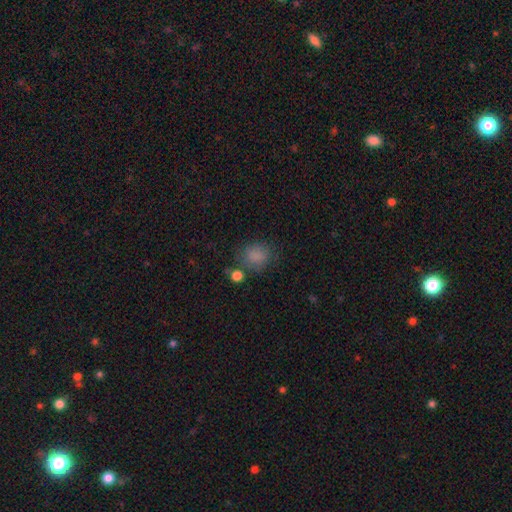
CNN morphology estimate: Smooth or featured: smooth — 82% (star or artifact — 12%)
How rounded: round — 70% (in between — 29%)
Merging: none — 70% (minor disturbance — 16%)